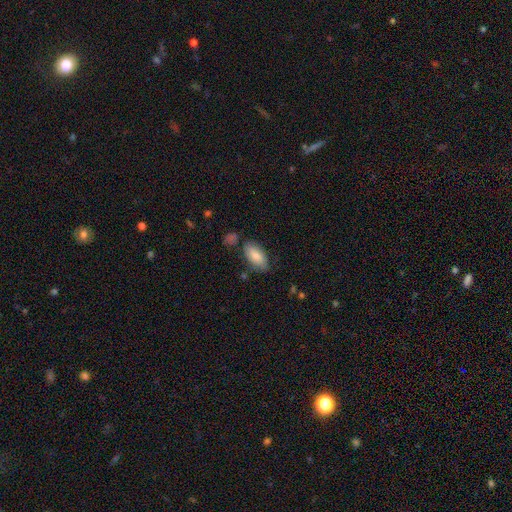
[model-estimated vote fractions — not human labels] Overall: smooth (81%). How rounded: in between (92%). Merging: none (72%).